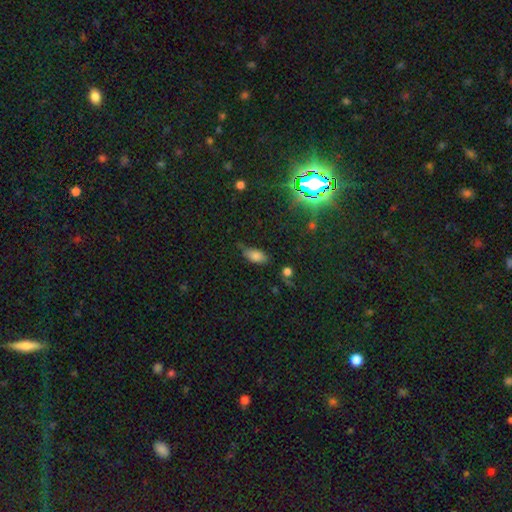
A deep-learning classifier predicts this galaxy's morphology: This appears to be a smooth galaxy with no disk features (75%) that is in between round and cigar-shaped (85%). Merging: none (61%).